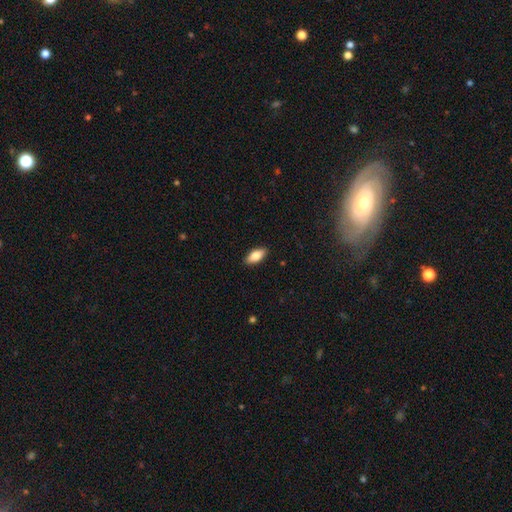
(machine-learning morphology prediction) smooth-or-featured: smooth: 80% | featured or disk: 13% | star or artifact: 6%
  how-rounded: in between: 87% | cigar-shaped: 10% | round: 3%
  merging: none: 89% | minor disturbance: 8% | major disturbance: 2% | merger: 1%